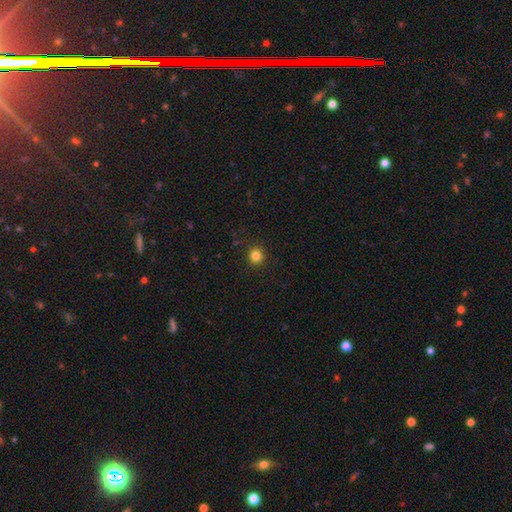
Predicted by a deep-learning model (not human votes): Smooth or featured: smooth — 83% (star or artifact — 13%)
How rounded: round — 89% (in between — 10%)
Merging: none — 92% (minor disturbance — 5%)